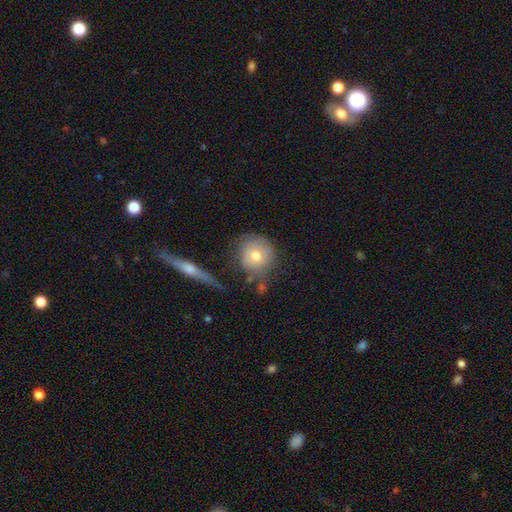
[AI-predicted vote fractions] Smooth or featured? Predicted: smooth (p=0.68). How rounded? Predicted: round (p=0.92). Merging? Predicted: none (p=0.62).